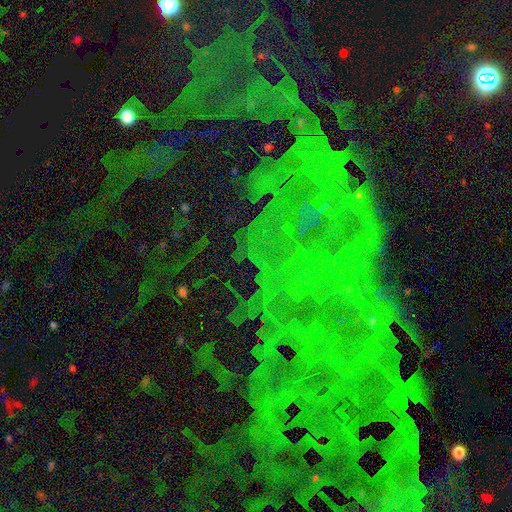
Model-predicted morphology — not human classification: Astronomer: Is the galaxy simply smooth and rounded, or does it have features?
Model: star or artifact — 83%.